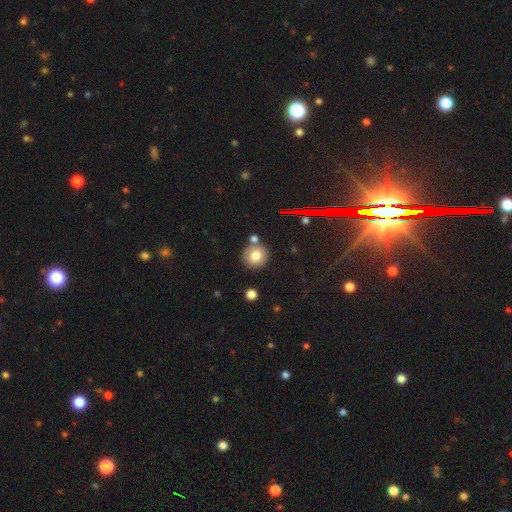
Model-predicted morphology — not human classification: Smooth or featured? smooth (76%)
How rounded? round (90%)
Merging? none (75%)